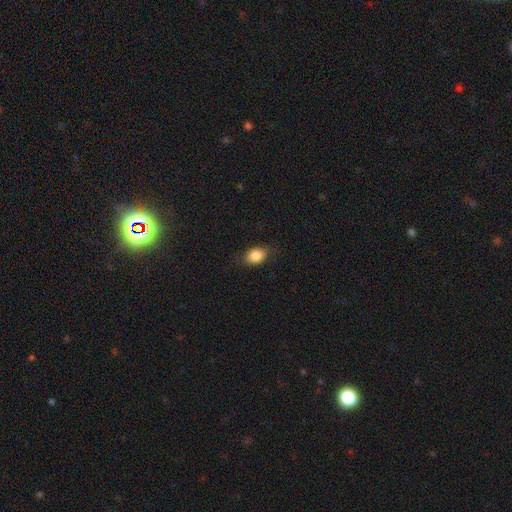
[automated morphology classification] Overall: smooth (84%). How rounded: in between (76%). Merging: none (78%).